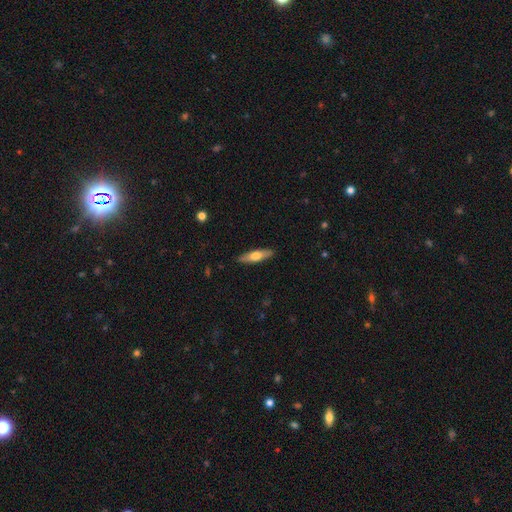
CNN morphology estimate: Smooth or featured? Predicted: smooth (p=0.55). How rounded? Predicted: cigar-shaped (p=0.73). Merging? Predicted: none (p=0.90).